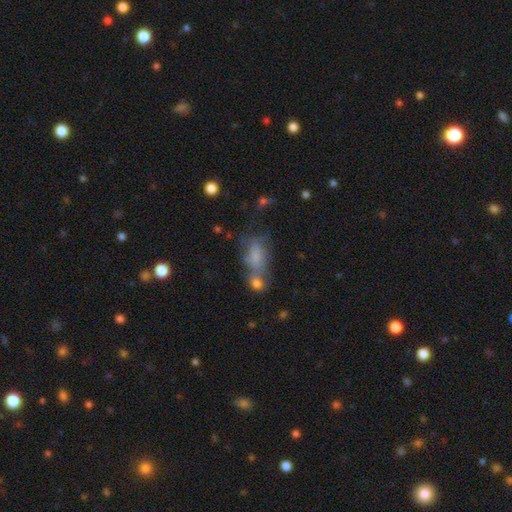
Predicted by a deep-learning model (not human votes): A smooth galaxy with no disk features (65%) that is in between round and cigar-shaped (83%). Merging: merger (38%).